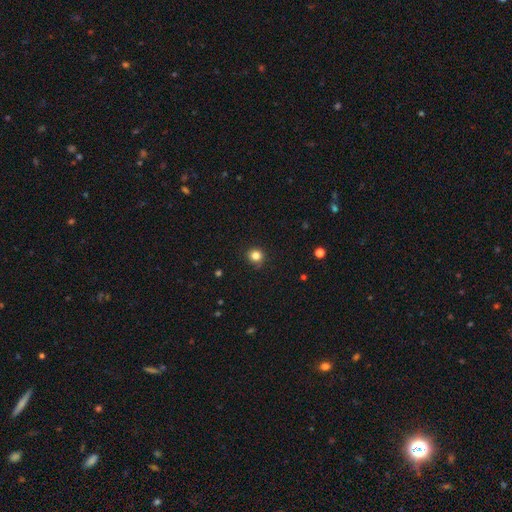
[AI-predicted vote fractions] Q: Smooth or featured?
A: smooth (83%); runner-up: star or artifact (13%)
Q: How rounded?
A: round (91%); runner-up: in between (8%)
Q: Merging?
A: none (89%); runner-up: minor disturbance (8%)